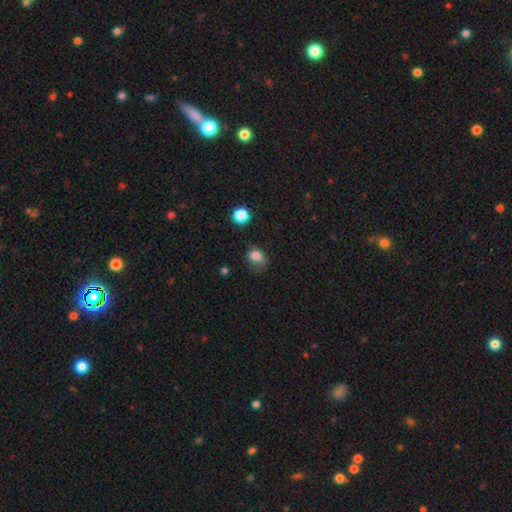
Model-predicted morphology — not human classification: Smooth or featured: smooth — 81% (star or artifact — 12%)
How rounded: in between — 52% (round — 47%)
Merging: none — 45% (minor disturbance — 33%)